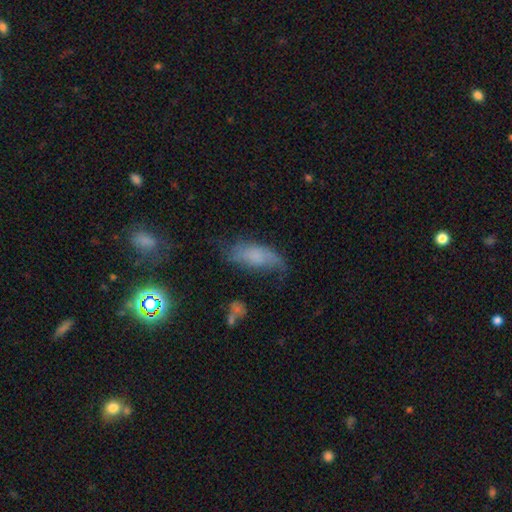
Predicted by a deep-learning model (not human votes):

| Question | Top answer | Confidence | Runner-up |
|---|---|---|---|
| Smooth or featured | smooth | 58% | featured or disk (30%) |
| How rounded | in between | 80% | cigar-shaped (16%) |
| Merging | none | 42% | minor disturbance (33%) |